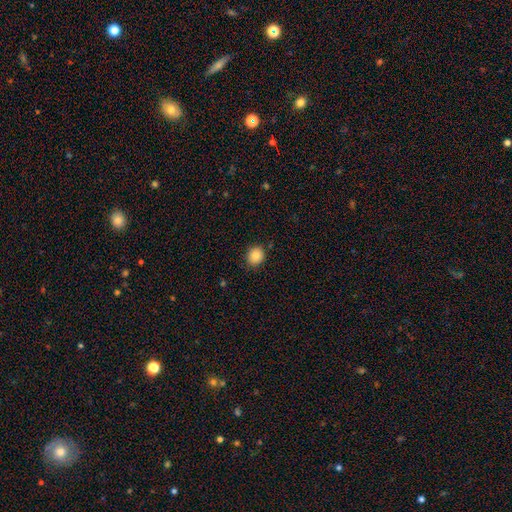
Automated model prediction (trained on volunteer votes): smooth-or-featured: smooth: 85% | star or artifact: 9% | featured or disk: 6%
  how-rounded: round: 76% | in between: 23% | cigar-shaped: 1%
  merging: none: 86% | minor disturbance: 10% | major disturbance: 2% | merger: 1%